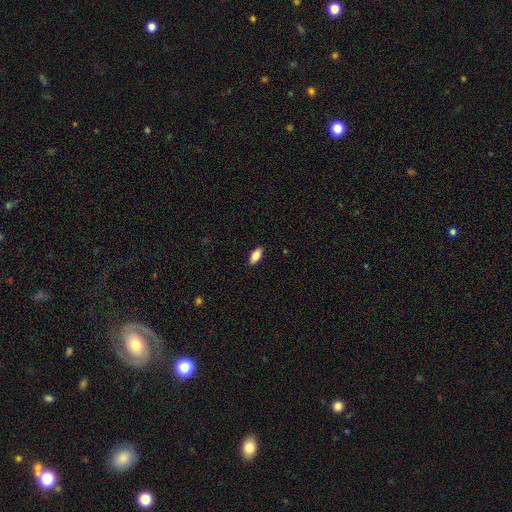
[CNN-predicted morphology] type=smooth (81%); roundness=in between (86%); merging=none (89%).